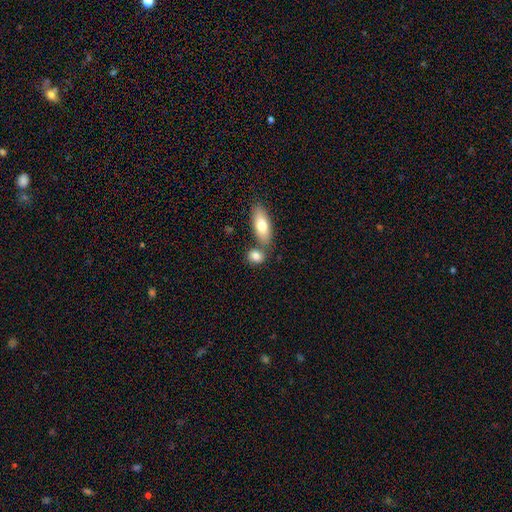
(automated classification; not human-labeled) Smooth or featured? Predicted: smooth (p=0.82). How rounded? Predicted: in between (p=0.57). Merging? Predicted: none (p=0.58).